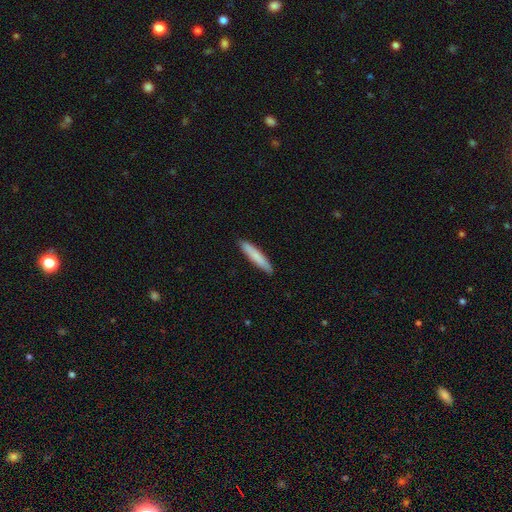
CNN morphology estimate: Smooth or featured: smooth — 80% (featured or disk — 14%)
How rounded: cigar-shaped — 92% (in between — 7%)
Merging: none — 90% (minor disturbance — 7%)